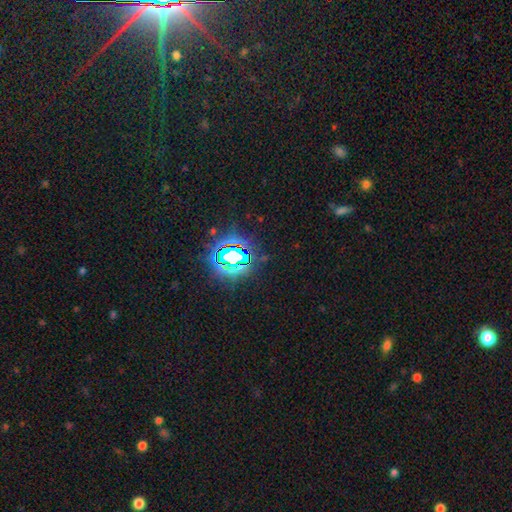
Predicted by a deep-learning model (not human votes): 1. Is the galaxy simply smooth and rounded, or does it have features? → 82% star or artifact, 10% smooth, 7% featured or disk.